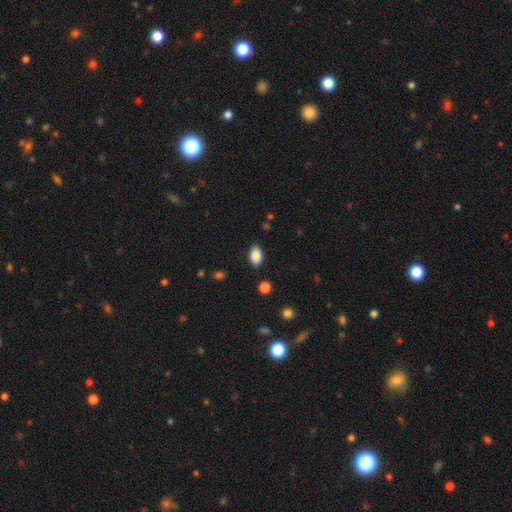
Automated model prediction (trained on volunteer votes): smooth 87%, star or artifact 8%, featured or disk 5%. Down the decision tree: how rounded — in between (92%); merging — none (86%).